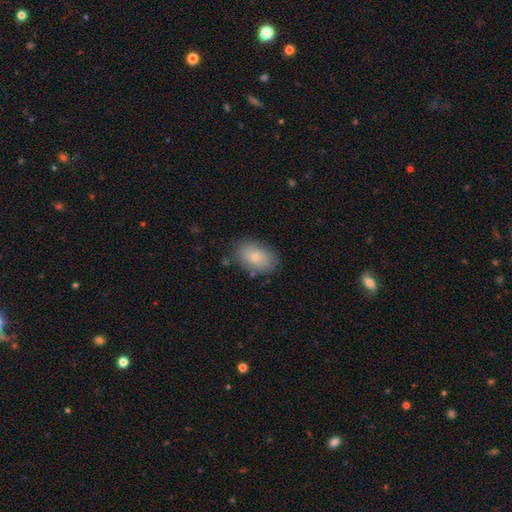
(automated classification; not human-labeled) Smooth or featured? Predicted: smooth (p=0.79). How rounded? Predicted: in between (p=0.89). Merging? Predicted: none (p=0.83).